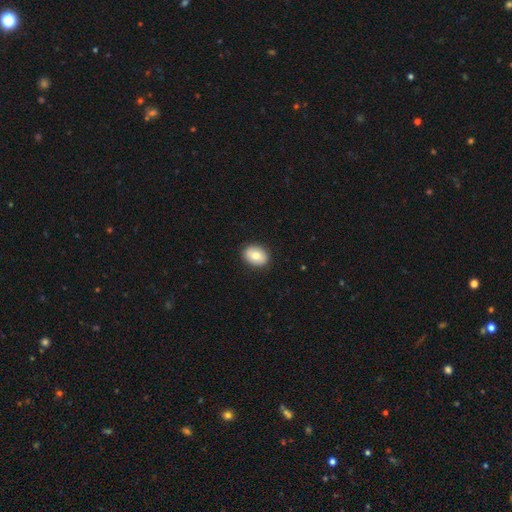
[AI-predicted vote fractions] smooth-or-featured: smooth: 80% | featured or disk: 13% | star or artifact: 7%
  how-rounded: in between: 67% | round: 32% | cigar-shaped: 1%
  merging: none: 90% | minor disturbance: 7% | major disturbance: 2% | merger: 1%